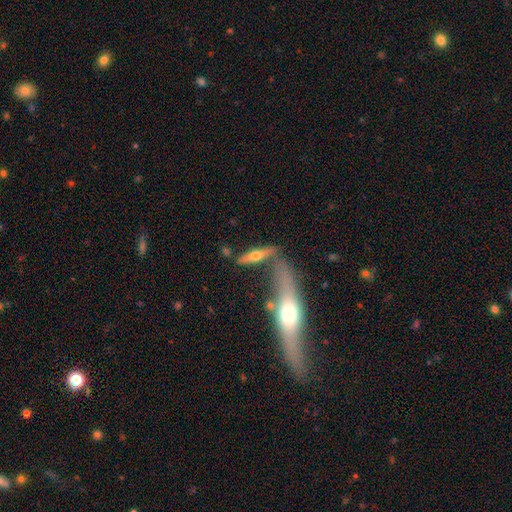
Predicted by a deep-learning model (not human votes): This appears to be a featured or disk galaxy (51%) viewed edge-on (84%). Merging: none (57%).